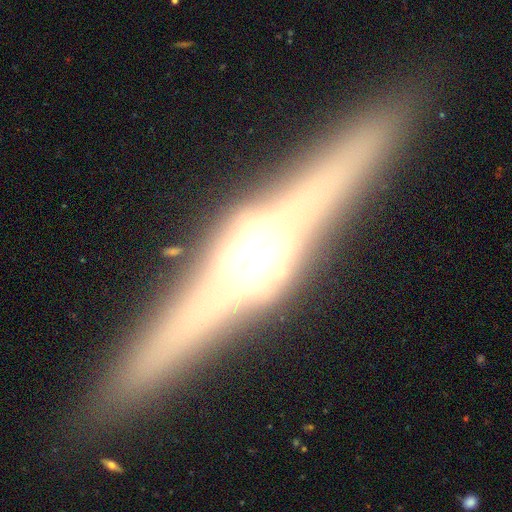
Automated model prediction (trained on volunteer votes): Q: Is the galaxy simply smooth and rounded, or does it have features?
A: featured or disk — 75%.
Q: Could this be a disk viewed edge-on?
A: yes — 93%.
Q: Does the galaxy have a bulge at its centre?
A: rounded — 71%.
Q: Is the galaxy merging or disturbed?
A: none — 82%.